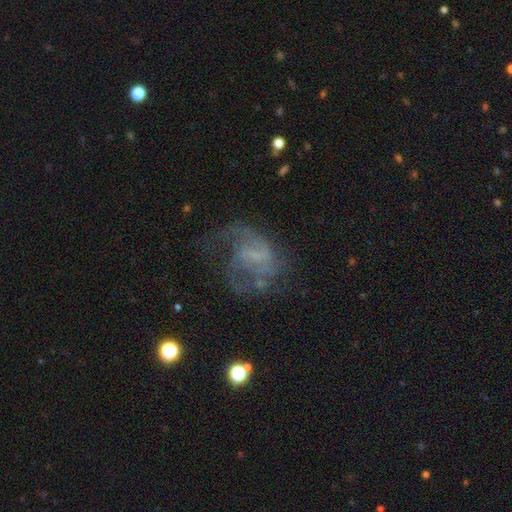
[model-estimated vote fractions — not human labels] featured or disk 71%, smooth 16%, star or artifact 13%. Down the decision tree: edge-on disk — no (98%); bar — no (47%); spiral arms — yes (76%); spiral arm count — 2 (34%); spiral winding — medium (42%); bulge size — none (56%); merging — none (44%).